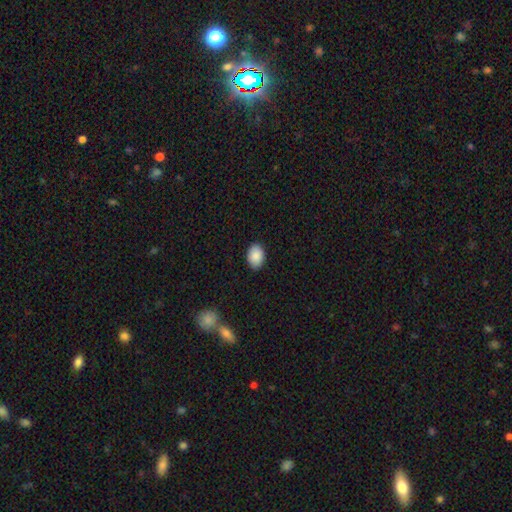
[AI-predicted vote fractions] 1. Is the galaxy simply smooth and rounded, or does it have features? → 89% smooth, 7% star or artifact, 4% featured or disk.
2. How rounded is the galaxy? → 82% in between, 17% round, 1% cigar-shaped.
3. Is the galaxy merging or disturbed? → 88% none, 9% minor disturbance, 2% major disturbance, 1% merger.